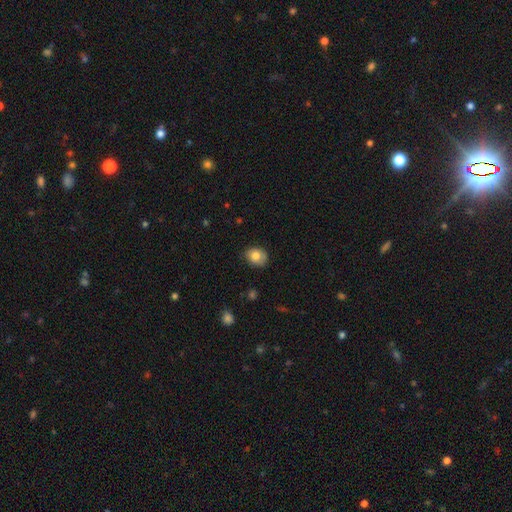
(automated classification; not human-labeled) A smooth galaxy with no disk features (80%) that is in between round and cigar-shaped (50%).

Vote fractions:
- Smooth or featured? smooth: 80% / featured or disk: 12% / star or artifact: 9%
- How rounded? in between: 50% / round: 49% / cigar-shaped: 1%
- Merging? none: 71% / minor disturbance: 23% / major disturbance: 4% / merger: 1%